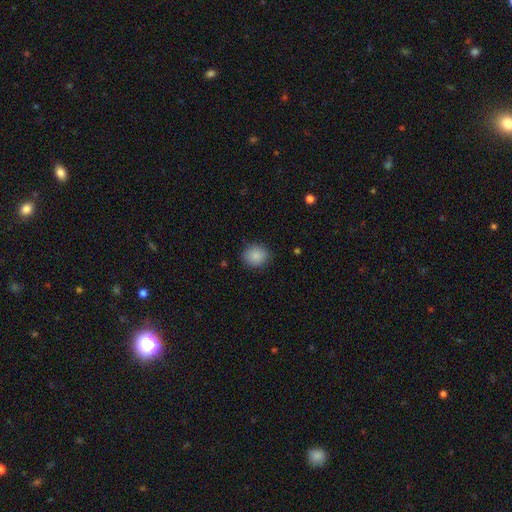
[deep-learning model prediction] Smooth or featured? smooth (88%)
How rounded? round (70%)
Merging? none (86%)